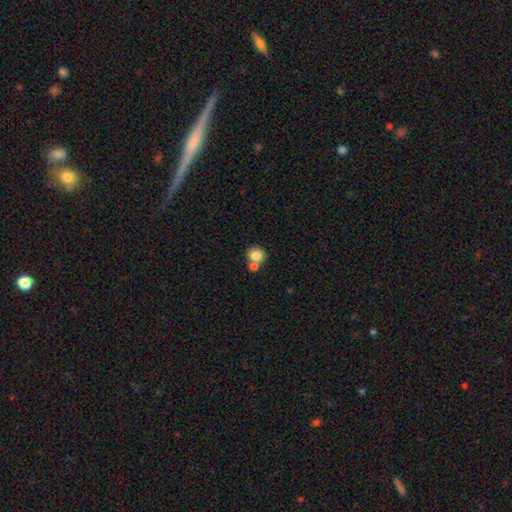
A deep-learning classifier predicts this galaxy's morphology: Smooth or featured?
  - smooth: 81% *
  - featured or disk: 9%
  - star or artifact: 9%
How rounded?
  - round: 87% *
  - in between: 12%
  - cigar-shaped: 1%
Merging?
  - none: 52% *
  - merger: 37%
  - minor disturbance: 8%
  - major disturbance: 3%